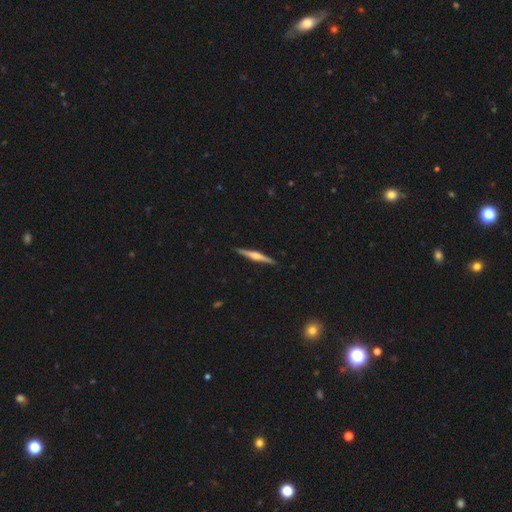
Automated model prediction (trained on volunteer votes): Smooth or featured?
  - featured or disk: 71% *
  - smooth: 23%
  - star or artifact: 5%
Edge-on disk?
  - yes: 98% *
  - no: 2%
Edge-on bulge?
  - rounded: 87% *
  - boxy: 8%
  - none: 6%
Merging?
  - none: 91% *
  - minor disturbance: 6%
  - major disturbance: 1%
  - merger: 1%